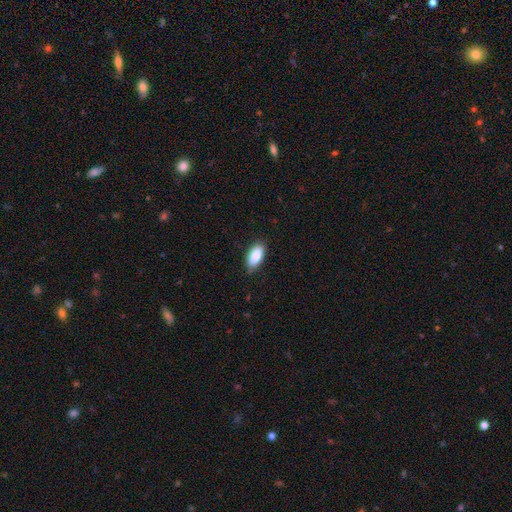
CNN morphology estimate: Q: Smooth or featured?
A: smooth (86%); runner-up: featured or disk (7%)
Q: How rounded?
A: in between (89%); runner-up: cigar-shaped (9%)
Q: Merging?
A: none (85%); runner-up: minor disturbance (12%)